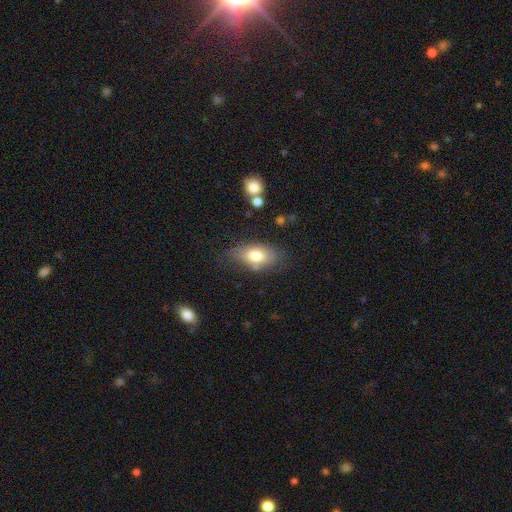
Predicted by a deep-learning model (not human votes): A smooth galaxy with no disk features (76%) that is in between round and cigar-shaped (89%).

Vote fractions:
- Smooth or featured? smooth: 76% / featured or disk: 17% / star or artifact: 7%
- How rounded? in between: 89% / round: 6% / cigar-shaped: 5%
- Merging? none: 66% / minor disturbance: 22% / major disturbance: 7% / merger: 6%